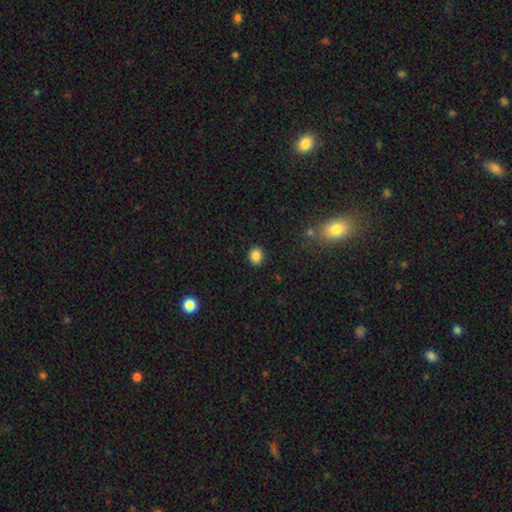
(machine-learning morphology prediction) The model was most divided on "how rounded": round: 78%, in between: 21%, cigar-shaped: 1%. More confident: merging — none (91%); smooth or featured — smooth (84%).